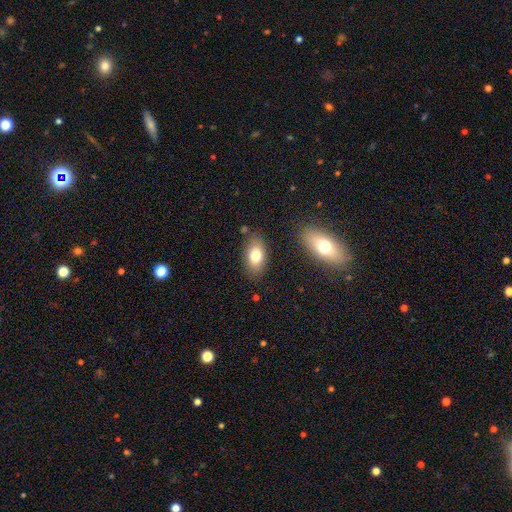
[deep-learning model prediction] Smooth or featured?
  - smooth: 77% *
  - featured or disk: 15%
  - star or artifact: 8%
How rounded?
  - in between: 91% *
  - round: 7%
  - cigar-shaped: 3%
Merging?
  - none: 81% *
  - minor disturbance: 12%
  - merger: 4%
  - major disturbance: 3%